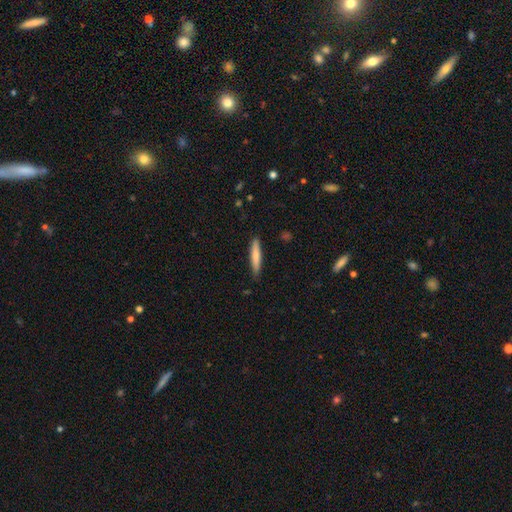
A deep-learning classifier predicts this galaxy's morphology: This appears to be a smooth galaxy with no disk features (76%) that is cigar-shaped (90%). Merging: none (85%).